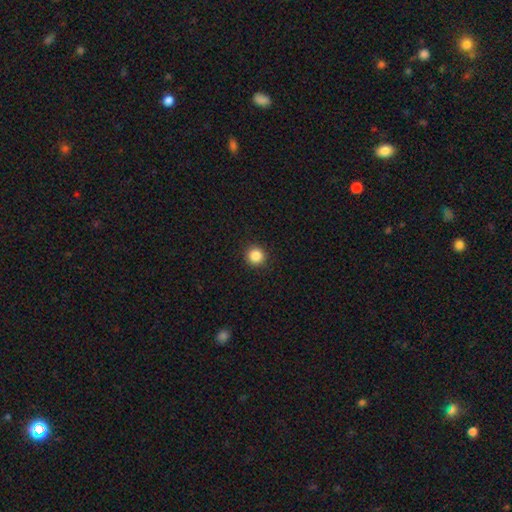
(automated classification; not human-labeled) smooth_or_featured: smooth (p=0.86) [alt: star or artifact p=0.10]
how_rounded: round (p=0.95) [alt: in between p=0.04]
merging: none (p=0.92) [alt: minor disturbance p=0.05]